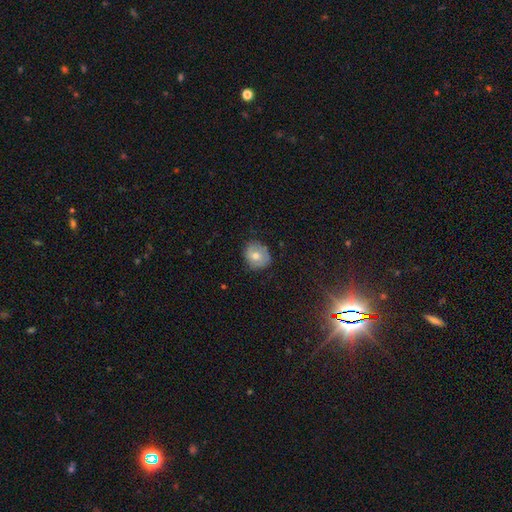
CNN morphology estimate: Overall: smooth (64%; featured or disk 25%). How rounded: round (72%). Merging: none (74%).